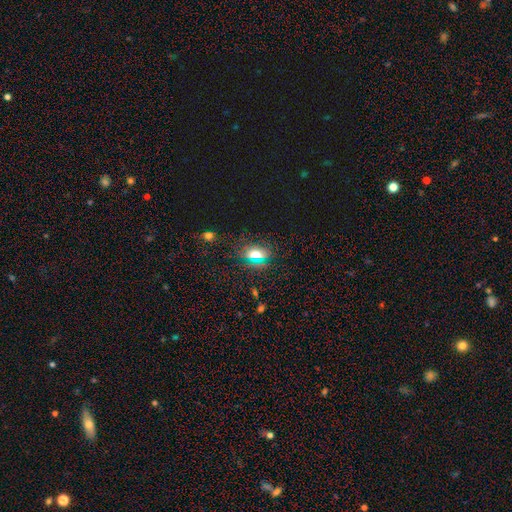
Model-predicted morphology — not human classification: Smooth or featured? smooth (57%)
How rounded? in between (64%)
Merging? none (81%)